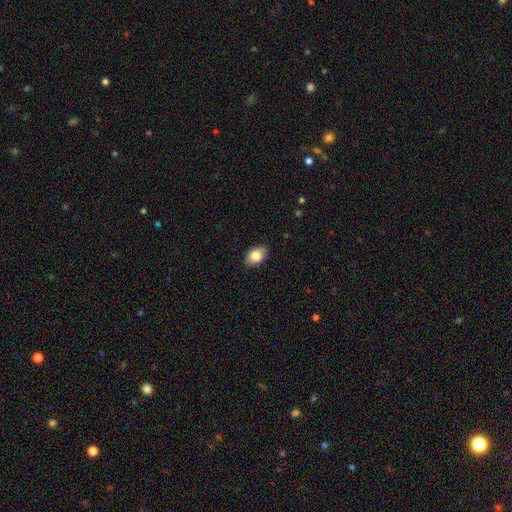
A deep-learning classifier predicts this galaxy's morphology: Q: Smooth or featured?
A: smooth (84%); runner-up: featured or disk (9%)
Q: How rounded?
A: in between (85%); runner-up: round (14%)
Q: Merging?
A: none (84%); runner-up: minor disturbance (12%)